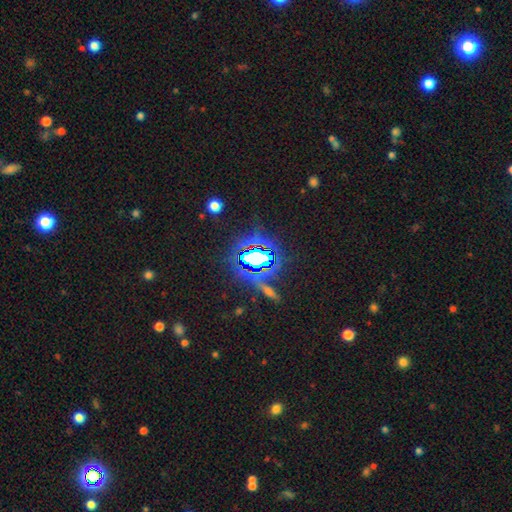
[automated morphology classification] star or artifact 75%, smooth 14%, featured or disk 12%.